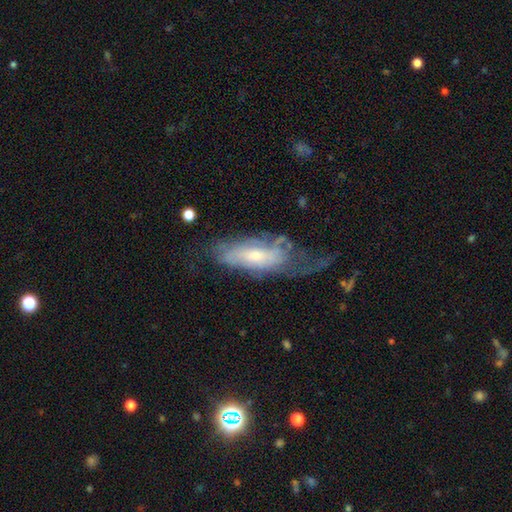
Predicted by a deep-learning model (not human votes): featured or disk 63%, smooth 30%, star or artifact 7%. Down the decision tree: edge-on disk — no (81%); bar — no (66%); spiral arms — yes (68%); bulge size — moderate (48%); merging — none (36%).